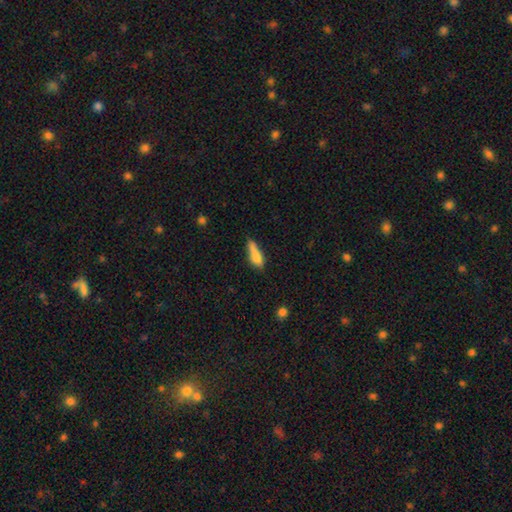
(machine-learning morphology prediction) Q: Smooth or featured?
A: smooth (77%); runner-up: featured or disk (15%)
Q: How rounded?
A: cigar-shaped (60%); runner-up: in between (38%)
Q: Merging?
A: none (47%); runner-up: minor disturbance (34%)